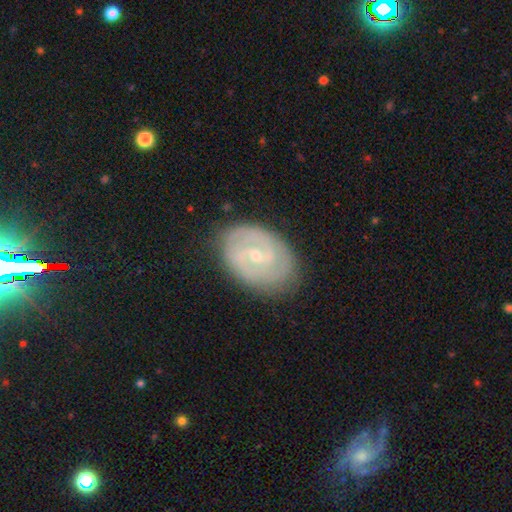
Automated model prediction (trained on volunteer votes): This appears to be a featured or disk galaxy (80%) with a weak bar (50%), 2 (67%) tight (57%) spiral arms (91%) and a small central bulge (69%). Merging: none (81%).